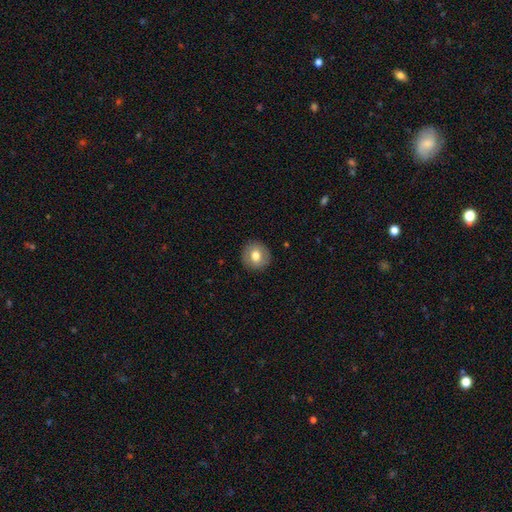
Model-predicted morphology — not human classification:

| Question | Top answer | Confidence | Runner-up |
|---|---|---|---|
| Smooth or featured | smooth | 72% | featured or disk (20%) |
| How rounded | round | 92% | in between (7%) |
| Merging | none | 90% | minor disturbance (7%) |